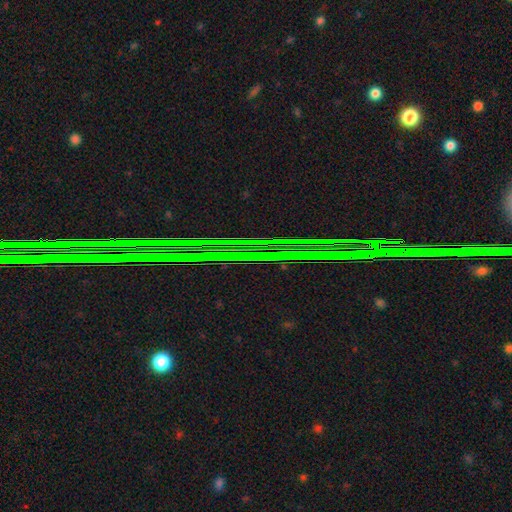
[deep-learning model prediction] This is clearly a star or artifact rather than a galaxy (81%).